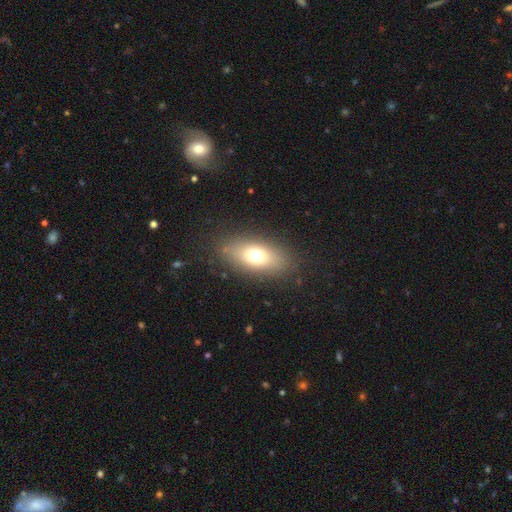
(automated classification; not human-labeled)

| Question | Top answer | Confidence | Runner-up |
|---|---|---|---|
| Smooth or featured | smooth | 68% | featured or disk (20%) |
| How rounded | in between | 79% | cigar-shaped (12%) |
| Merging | none | 84% | minor disturbance (10%) |